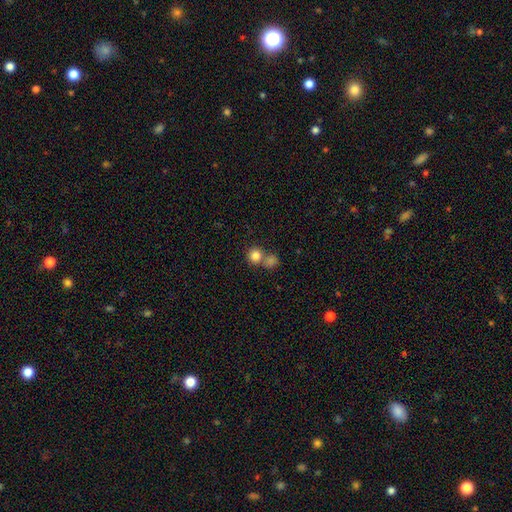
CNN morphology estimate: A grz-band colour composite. It shows a smooth galaxy with no disk features (83%) that is round (90%). Merging: none (52%).